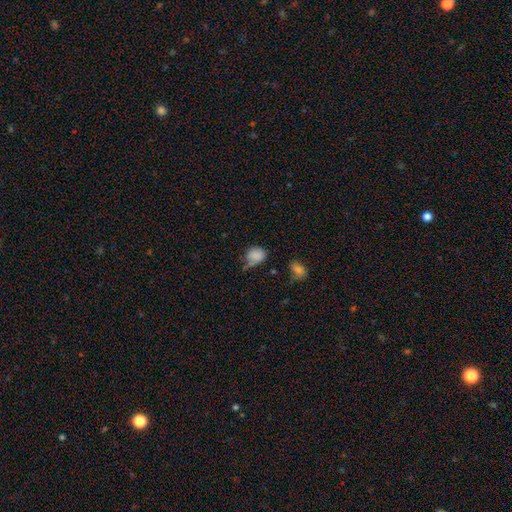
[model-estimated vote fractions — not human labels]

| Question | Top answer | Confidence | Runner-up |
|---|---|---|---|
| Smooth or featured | smooth | 82% | star or artifact (10%) |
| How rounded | round | 51% | in between (47%) |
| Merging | none | 45% | minor disturbance (35%) |